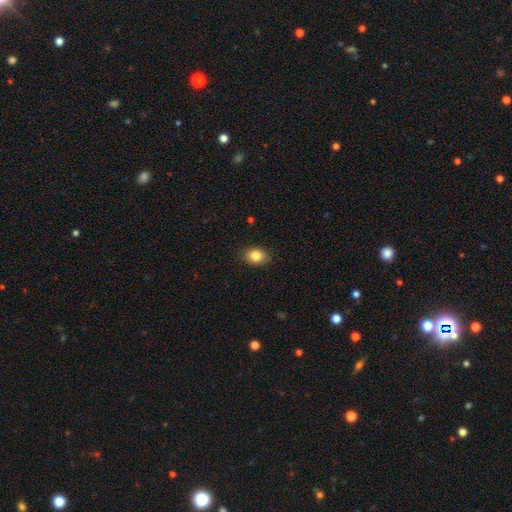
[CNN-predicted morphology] A smooth galaxy with no disk features (84%) that is in between round and cigar-shaped (70%). Merging: none (87%).